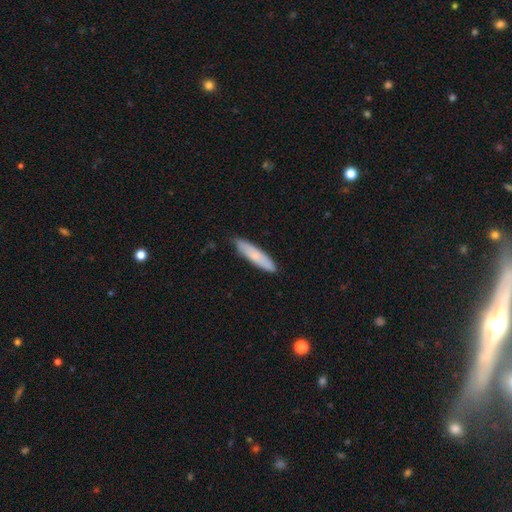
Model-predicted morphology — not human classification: smooth_or_featured: smooth (p=0.72) [alt: featured or disk p=0.22]
how_rounded: cigar-shaped (p=0.80) [alt: in between p=0.19]
merging: none (p=0.84) [alt: minor disturbance p=0.13]